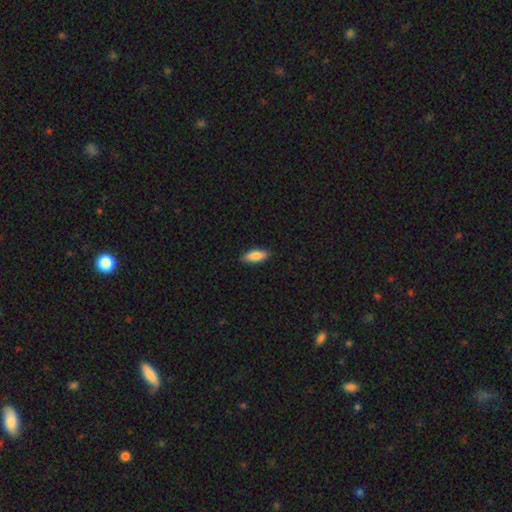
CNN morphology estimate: smooth_or_featured: smooth (p=0.85) [alt: featured or disk p=0.09]
how_rounded: in between (p=0.76) [alt: cigar-shaped p=0.22]
merging: none (p=0.88) [alt: minor disturbance p=0.09]